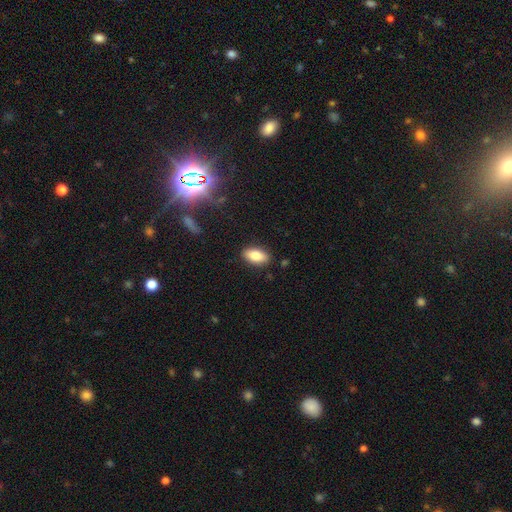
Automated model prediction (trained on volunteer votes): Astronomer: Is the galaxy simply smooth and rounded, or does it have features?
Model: smooth — 80%.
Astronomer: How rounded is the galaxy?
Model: in between — 89%.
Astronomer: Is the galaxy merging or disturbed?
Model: none — 87%.